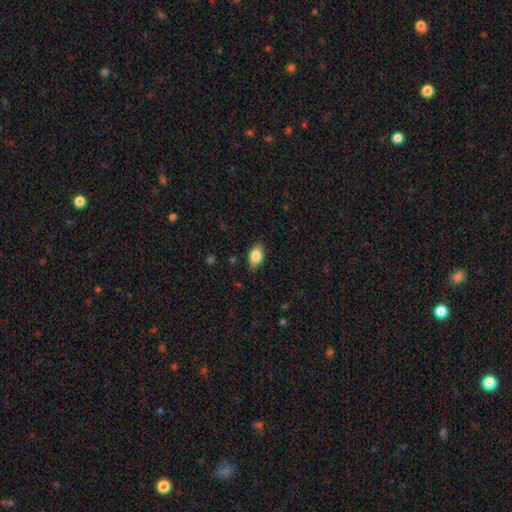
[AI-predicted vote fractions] This is clearly a smooth galaxy (84%). How rounded: clearly in between (89%). Merging: clearly none (84%).